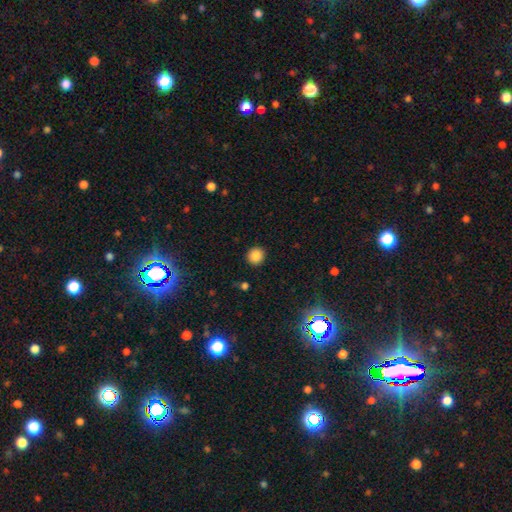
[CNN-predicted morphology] smooth_or_featured: smooth (p=0.86) [alt: star or artifact p=0.11]
how_rounded: round (p=0.91) [alt: in between p=0.08]
merging: none (p=0.91) [alt: minor disturbance p=0.06]